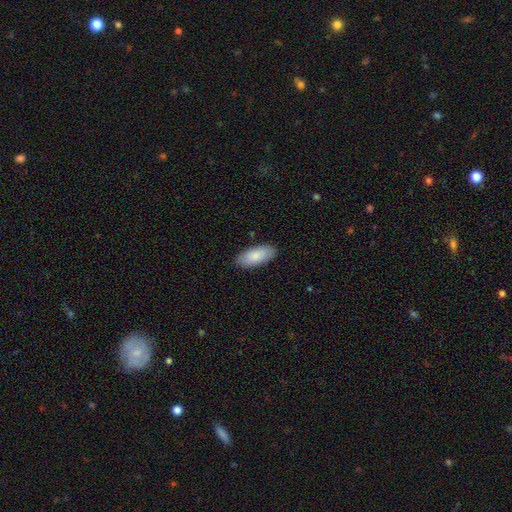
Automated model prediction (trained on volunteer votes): This is clearly a smooth galaxy (85%). How rounded: clearly in between (90%). Merging: clearly none (87%).